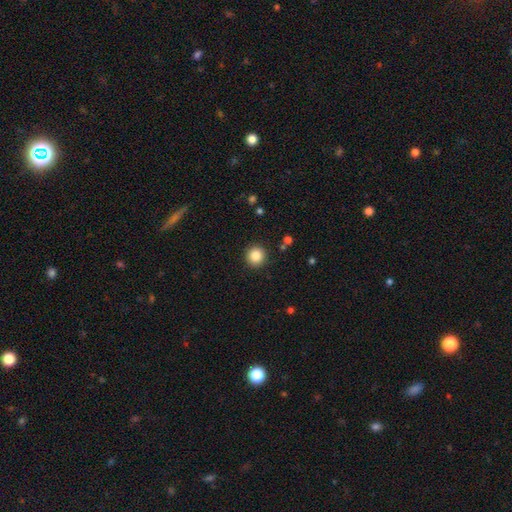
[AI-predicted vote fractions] smooth-or-featured: smooth: 85% | star or artifact: 10% | featured or disk: 5%
  how-rounded: round: 94% | in between: 5% | cigar-shaped: 1%
  merging: none: 91% | minor disturbance: 5% | major disturbance: 2% | merger: 1%